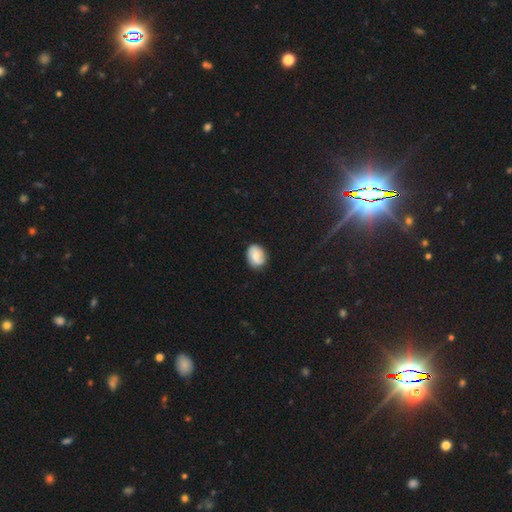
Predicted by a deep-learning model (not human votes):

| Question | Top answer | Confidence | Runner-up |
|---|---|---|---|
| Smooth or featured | smooth | 68% | featured or disk (24%) |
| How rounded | in between | 55% | round (44%) |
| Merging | none | 81% | minor disturbance (15%) |